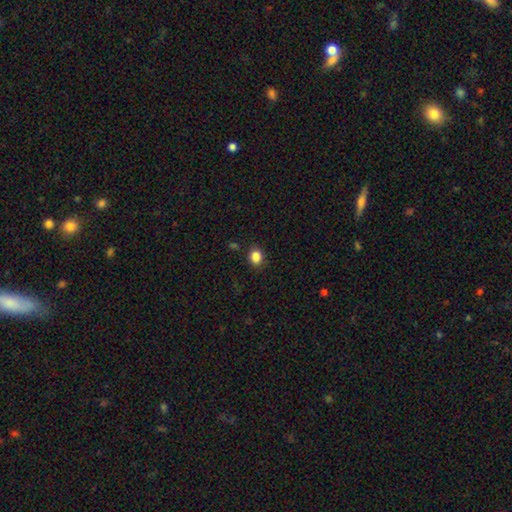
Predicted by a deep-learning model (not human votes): This is clearly a smooth galaxy (86%). How rounded: possibly round (55%). Merging: clearly none (85%).